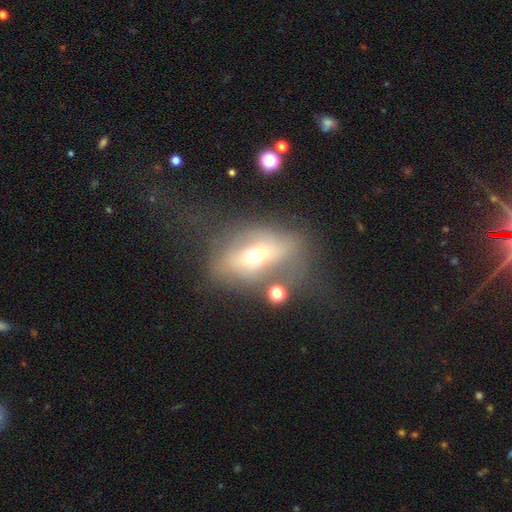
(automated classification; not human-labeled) A smooth galaxy with no disk features (46%). Merging: none (35%).